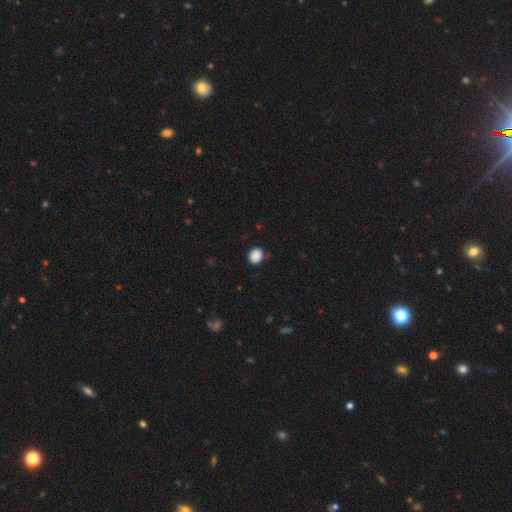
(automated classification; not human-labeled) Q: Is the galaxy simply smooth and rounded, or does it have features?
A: smooth — 89%.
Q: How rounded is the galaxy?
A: round — 64%.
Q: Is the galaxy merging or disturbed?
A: none — 84%.